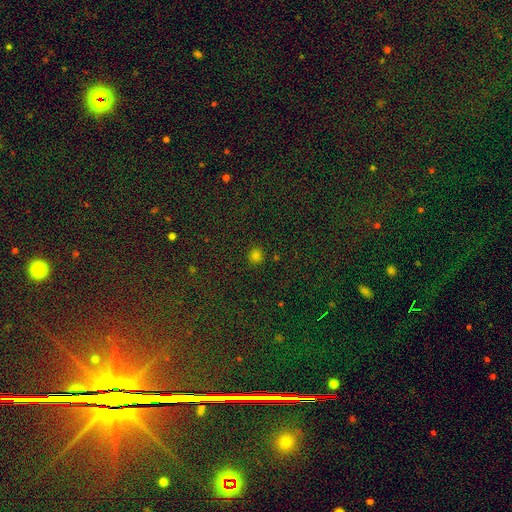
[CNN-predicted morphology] type=smooth (77%); roundness=round (89%); merging=none (88%).